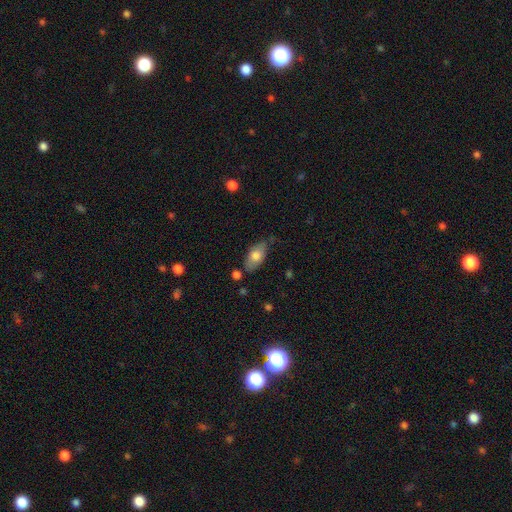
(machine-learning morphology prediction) Smooth or featured? Predicted: smooth (p=0.74). How rounded? Predicted: in between (p=0.90). Merging? Predicted: none (p=0.67).